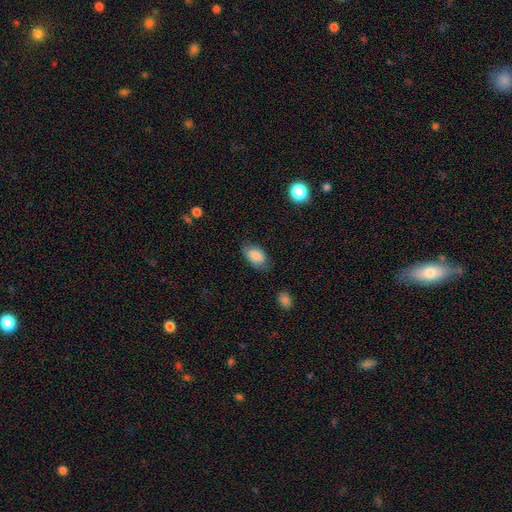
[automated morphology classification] Q: Smooth or featured?
A: smooth (82%); runner-up: featured or disk (11%)
Q: How rounded?
A: in between (93%); runner-up: round (5%)
Q: Merging?
A: none (71%); runner-up: minor disturbance (22%)